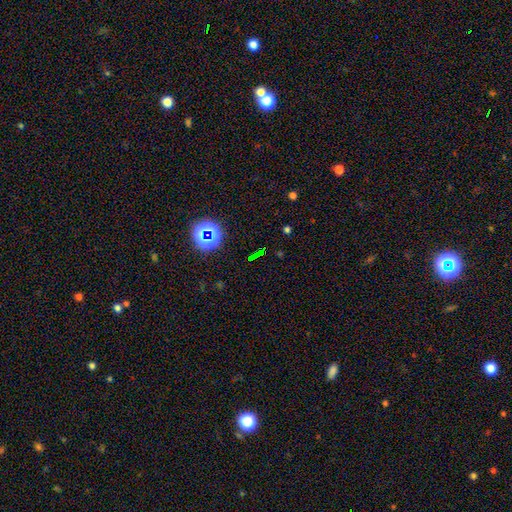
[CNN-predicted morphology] star or artifact 71%, smooth 19%, featured or disk 10%.